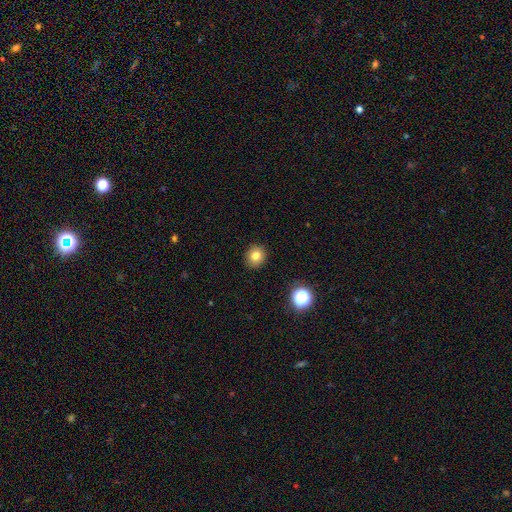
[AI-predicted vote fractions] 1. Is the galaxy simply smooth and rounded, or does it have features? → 80% smooth, 12% star or artifact, 8% featured or disk.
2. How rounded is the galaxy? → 82% round, 17% in between, 1% cigar-shaped.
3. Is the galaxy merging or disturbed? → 91% none, 6% minor disturbance, 2% major disturbance, 1% merger.